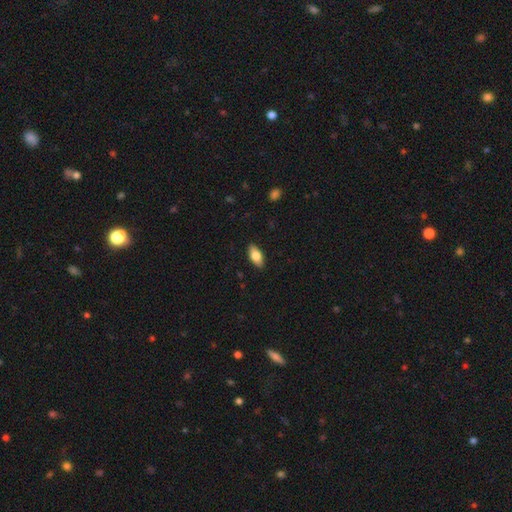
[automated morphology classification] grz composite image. It shows a smooth galaxy with no disk features (77%) that is in between round and cigar-shaped (88%). Merging: none (88%).